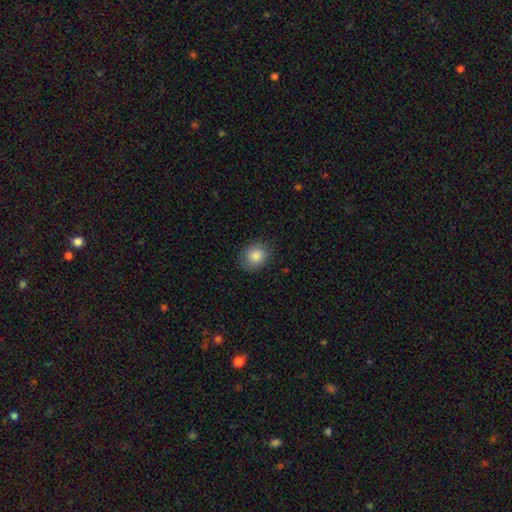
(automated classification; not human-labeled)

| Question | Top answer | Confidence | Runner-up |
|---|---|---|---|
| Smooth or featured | smooth | 85% | star or artifact (8%) |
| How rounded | round | 60% | in between (39%) |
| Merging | none | 83% | minor disturbance (13%) |